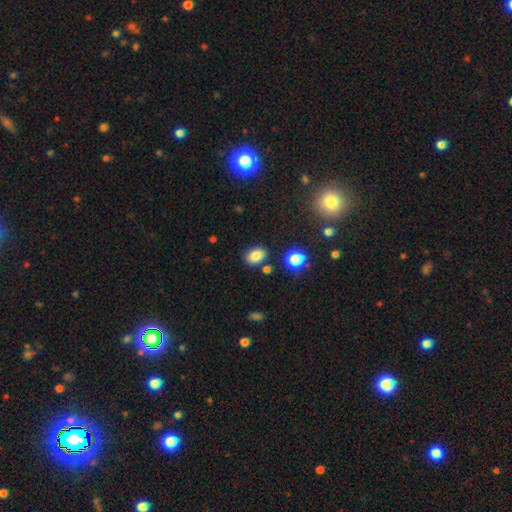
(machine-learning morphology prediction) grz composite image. It shows a smooth galaxy with no disk features (82%) that is in between round and cigar-shaped (74%). Merging: none (81%).